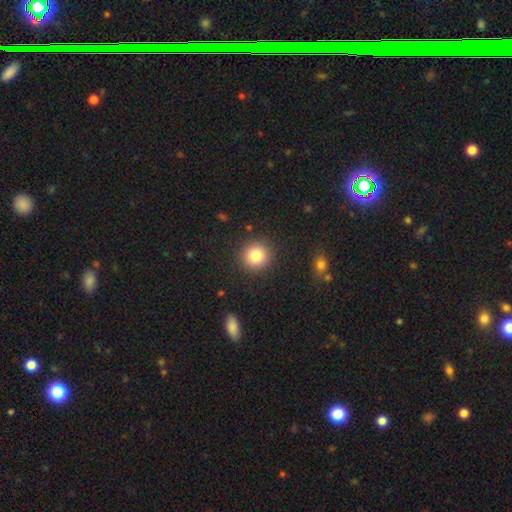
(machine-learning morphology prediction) type=smooth (82%); roundness=round (93%); merging=none (90%).